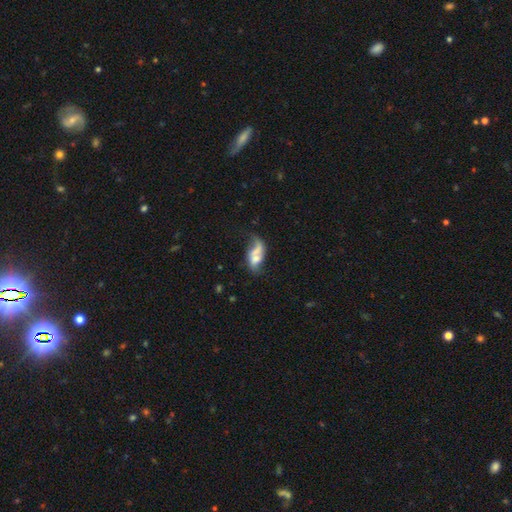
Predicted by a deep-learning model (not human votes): This appears to be a featured or disk galaxy (46%). Merging: merger (32%).